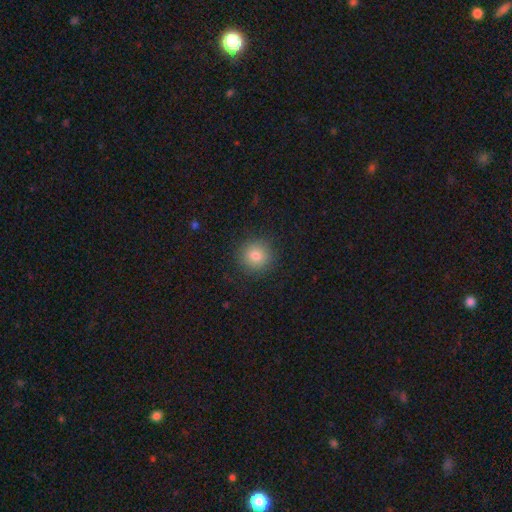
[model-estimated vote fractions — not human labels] Smooth or featured: smooth — 80% (star or artifact — 12%)
How rounded: round — 93% (in between — 6%)
Merging: none — 89% (minor disturbance — 7%)